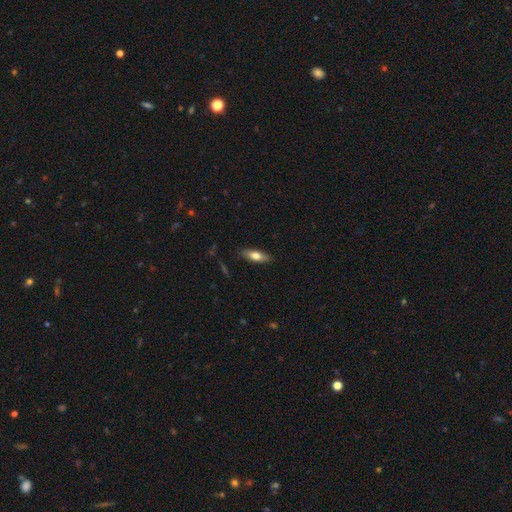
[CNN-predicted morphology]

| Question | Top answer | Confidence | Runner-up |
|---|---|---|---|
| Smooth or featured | smooth | 68% | featured or disk (26%) |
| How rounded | in between | 61% | cigar-shaped (36%) |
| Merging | none | 86% | minor disturbance (11%) |